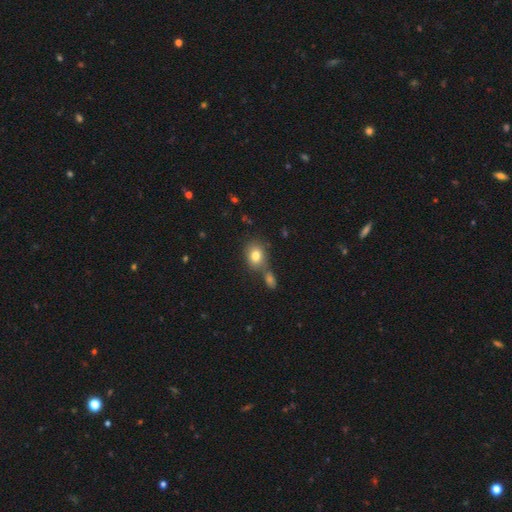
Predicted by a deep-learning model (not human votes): smooth 79%, featured or disk 11%, star or artifact 10%. Down the decision tree: how rounded — in between (52%); merging — none (57%).